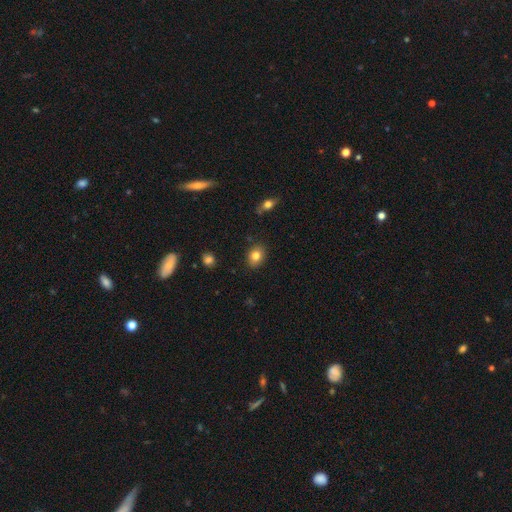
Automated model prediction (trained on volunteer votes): Q: Smooth or featured?
A: smooth (81%); runner-up: featured or disk (9%)
Q: How rounded?
A: in between (63%); runner-up: round (36%)
Q: Merging?
A: none (88%); runner-up: minor disturbance (9%)